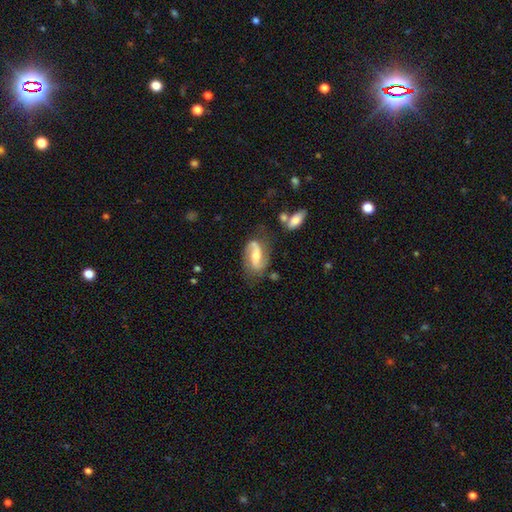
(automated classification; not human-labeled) Smooth or featured?
  - featured or disk: 77% *
  - smooth: 17%
  - star or artifact: 6%
Edge-on disk?
  - no: 95% *
  - yes: 5%
Bar?
  - weak: 36% *
  - no: 34%
  - strong: 30%
Spiral arms?
  - yes: 93% *
  - no: 7%
Spiral winding?
  - loose: 54% *
  - medium: 34%
  - tight: 12%
Spiral arm count?
  - 2: 89% *
  - 1: 4%
  - can't tell: 4%
  - 3: 1%
  - 4: 1%
  - more than 4: 1%
Bulge size?
  - moderate: 57% *
  - small: 32%
  - large: 6%
  - none: 3%
  - dominant: 1%
Merging?
  - none: 68% *
  - minor disturbance: 19%
  - major disturbance: 8%
  - merger: 5%